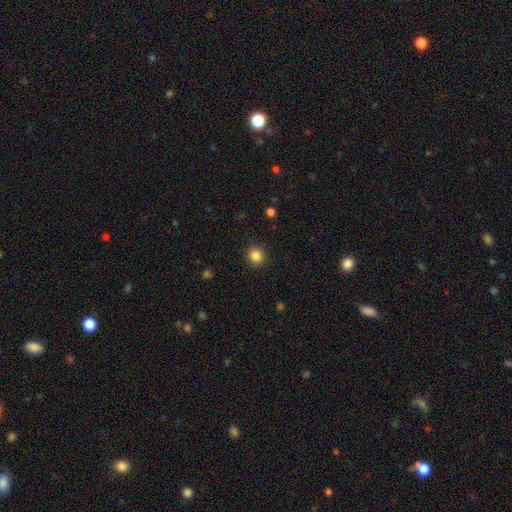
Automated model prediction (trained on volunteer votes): smooth-or-featured: smooth: 85% | star or artifact: 11% | featured or disk: 4%
  how-rounded: round: 86% | in between: 13% | cigar-shaped: 1%
  merging: none: 91% | minor disturbance: 6% | major disturbance: 2% | merger: 1%